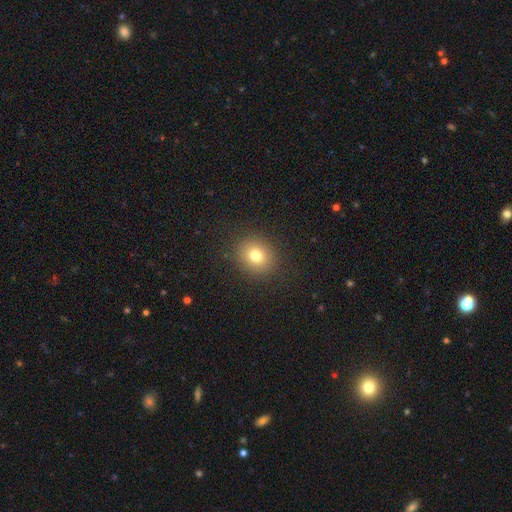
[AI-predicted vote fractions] This is likely a smooth galaxy (78%). How rounded: likely round (71%). Merging: clearly none (88%).